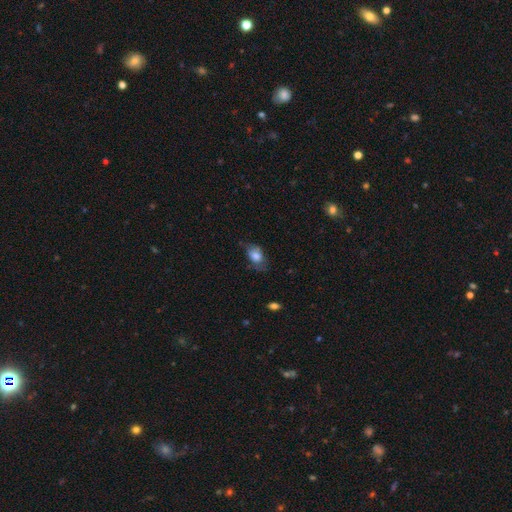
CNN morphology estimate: A smooth galaxy with no disk features (71%) that is in between round and cigar-shaped (82%).

Vote fractions:
- Smooth or featured? smooth: 71% / featured or disk: 20% / star or artifact: 9%
- How rounded? in between: 82% / round: 15% / cigar-shaped: 2%
- Merging? none: 53% / minor disturbance: 31% / major disturbance: 14% / merger: 2%